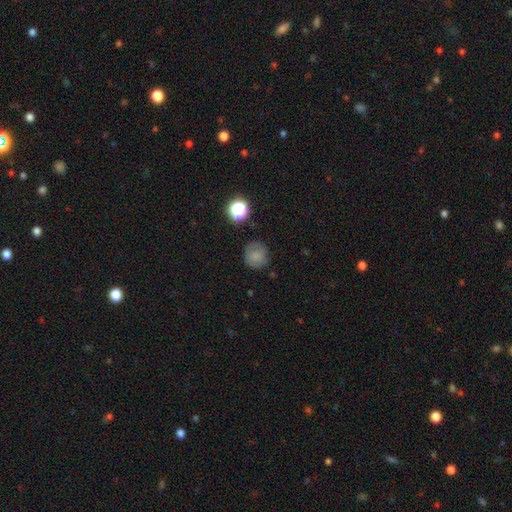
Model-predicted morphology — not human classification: This appears to be a smooth galaxy with no disk features (77%) that is round (89%). Merging: none (79%).